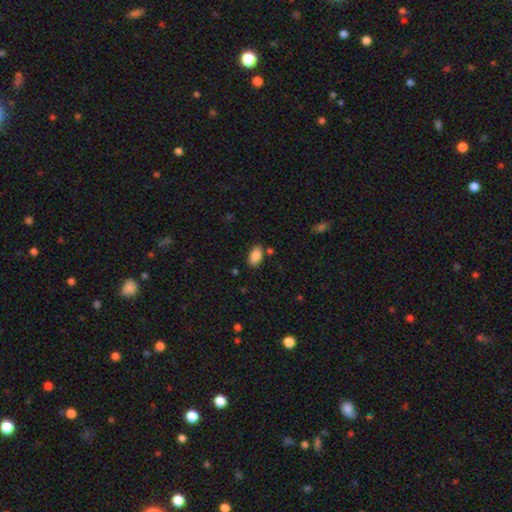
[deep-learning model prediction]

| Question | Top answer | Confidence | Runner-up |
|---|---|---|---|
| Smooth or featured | smooth | 87% | star or artifact (8%) |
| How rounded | in between | 92% | round (6%) |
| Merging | none | 76% | minor disturbance (15%) |